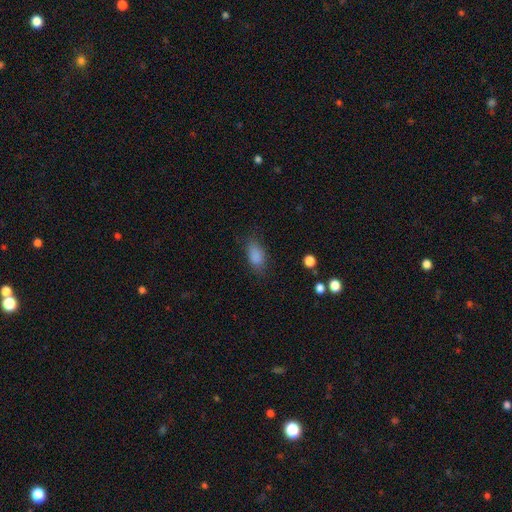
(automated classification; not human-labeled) smooth 85%, star or artifact 9%, featured or disk 6%. Down the decision tree: how rounded — in between (89%); merging — none (75%).